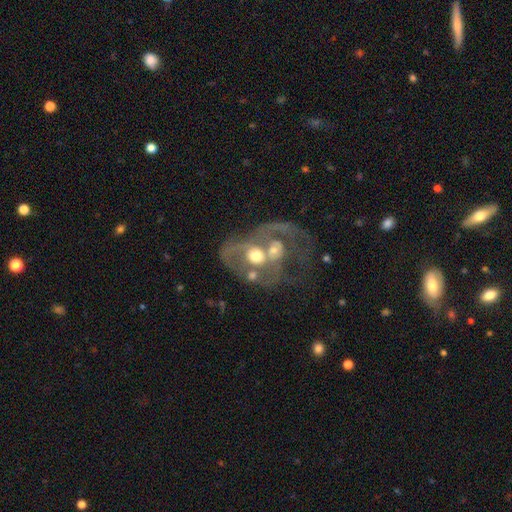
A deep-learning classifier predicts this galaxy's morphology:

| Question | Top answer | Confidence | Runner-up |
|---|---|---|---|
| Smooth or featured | featured or disk | 64% | smooth (26%) |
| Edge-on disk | no | 96% | yes (4%) |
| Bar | no | 83% | weak (14%) |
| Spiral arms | no | 55% | yes (45%) |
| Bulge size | moderate | 63% | large (16%) |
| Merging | merger | 65% | major disturbance (18%) |